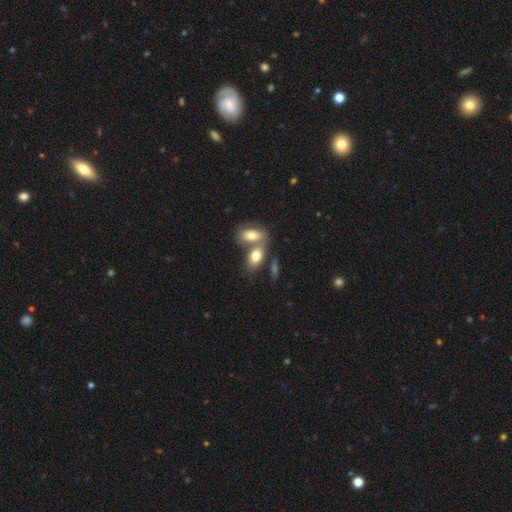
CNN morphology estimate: A smooth galaxy with no disk features (76%) that is in between round and cigar-shaped (91%). Merging: merger (56%).